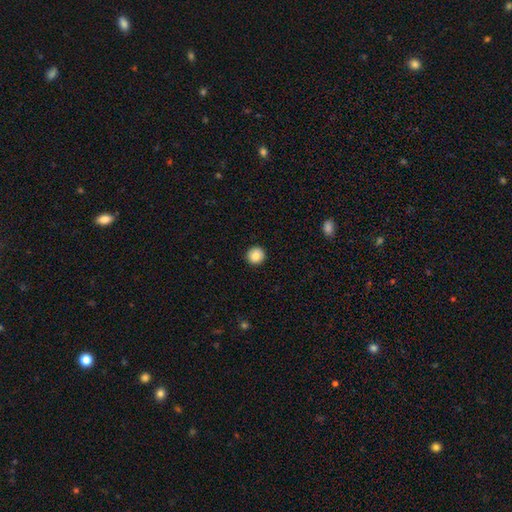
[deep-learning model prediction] Morphology: type=smooth (85%); roundness=round (95%); merging=none (93%).